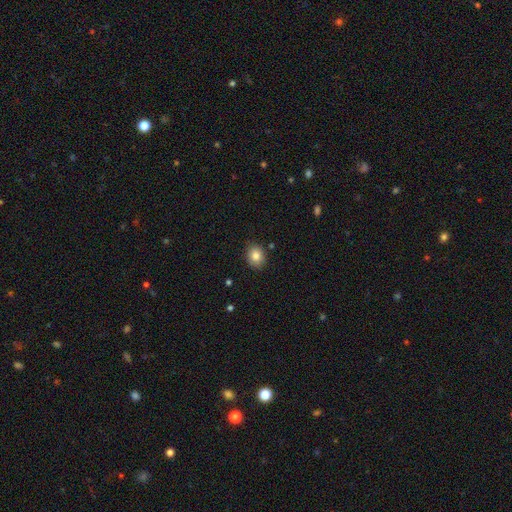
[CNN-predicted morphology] type=smooth (84%); roundness=round (56%); merging=none (87%).